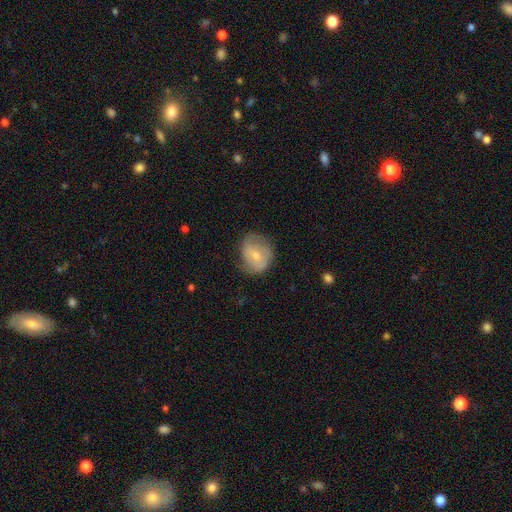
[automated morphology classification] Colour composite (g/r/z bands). It shows a smooth galaxy with no disk features (51%) that is round (68%). Merging: none (60%).